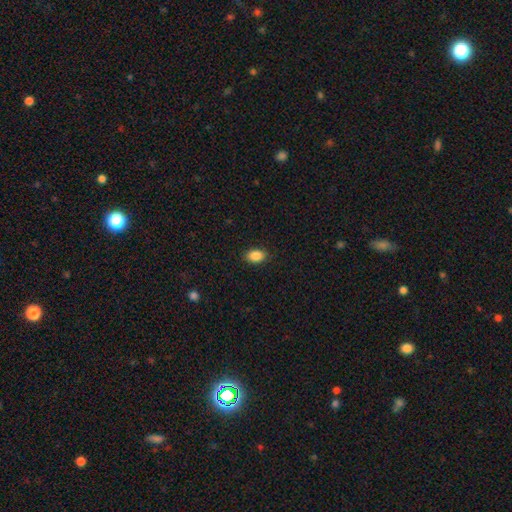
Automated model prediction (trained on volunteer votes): Overall: smooth (88%). How rounded: in between (85%). Merging: none (88%).